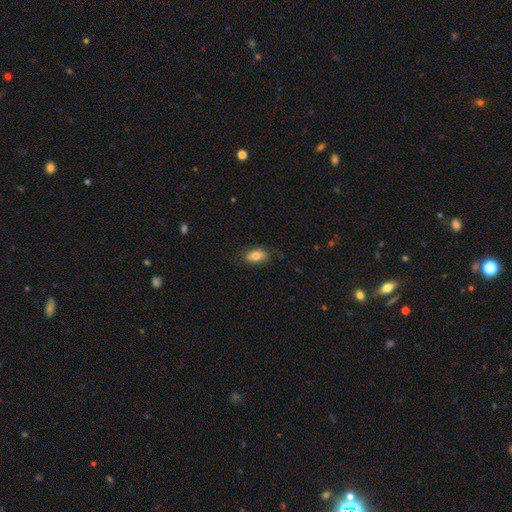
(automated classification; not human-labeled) Q: Smooth or featured?
A: smooth (79%); runner-up: featured or disk (13%)
Q: How rounded?
A: in between (87%); runner-up: cigar-shaped (7%)
Q: Merging?
A: none (78%); runner-up: minor disturbance (17%)